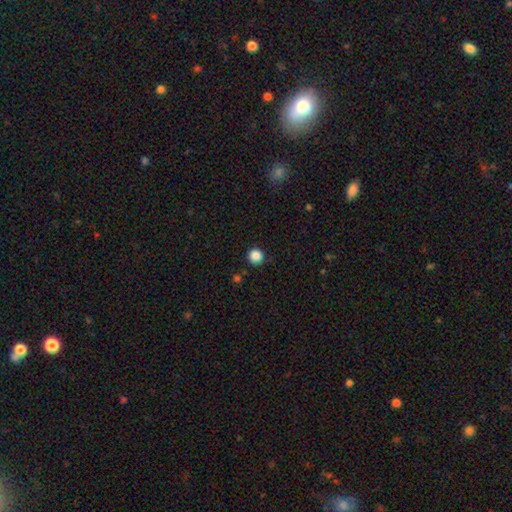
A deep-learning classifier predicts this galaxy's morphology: smooth-or-featured: smooth: 86% | star or artifact: 11% | featured or disk: 3%
  how-rounded: round: 95% | in between: 4% | cigar-shaped: 1%
  merging: none: 91% | minor disturbance: 6% | major disturbance: 2% | merger: 2%